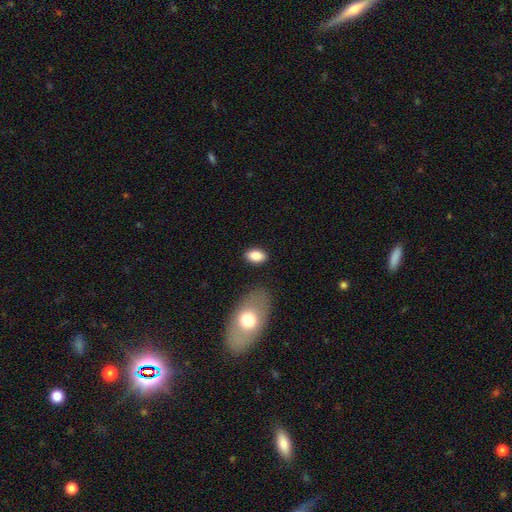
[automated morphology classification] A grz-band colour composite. It shows a smooth galaxy with no disk features (84%) that is in between round and cigar-shaped (89%). Merging: none (85%).